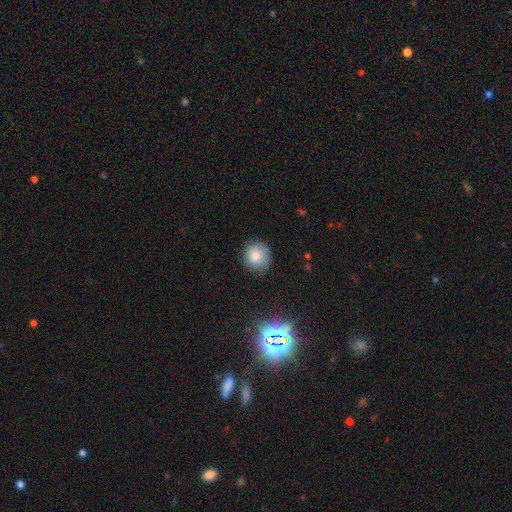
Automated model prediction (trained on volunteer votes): A smooth galaxy with no disk features (81%) that is round (85%). Merging: none (78%).